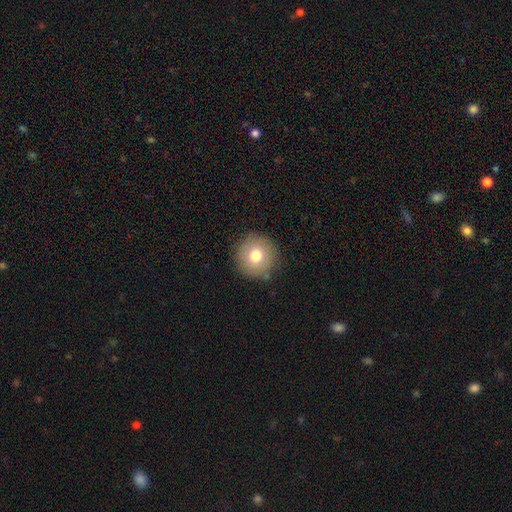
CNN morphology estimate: type=smooth (75%); roundness=round (95%); merging=none (88%).